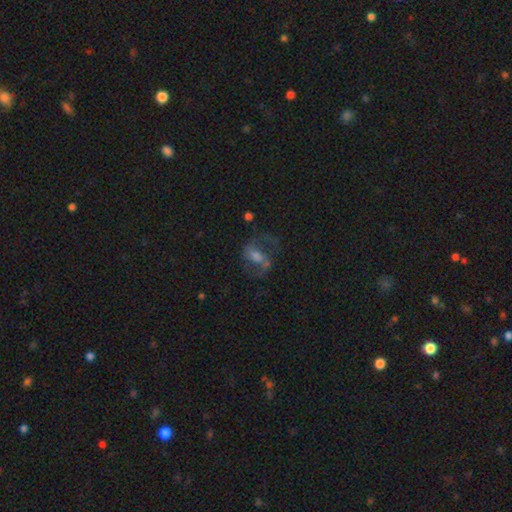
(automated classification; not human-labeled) Smooth or featured: featured or disk — 64% (smooth — 24%)
Edge-on disk: no — 96% (yes — 4%)
Bar: weak — 45% (no — 31%)
Spiral arms: yes — 82% (no — 18%)
Bulge size: moderate — 43% (small — 25%)
Merging: none — 54% (major disturbance — 23%)